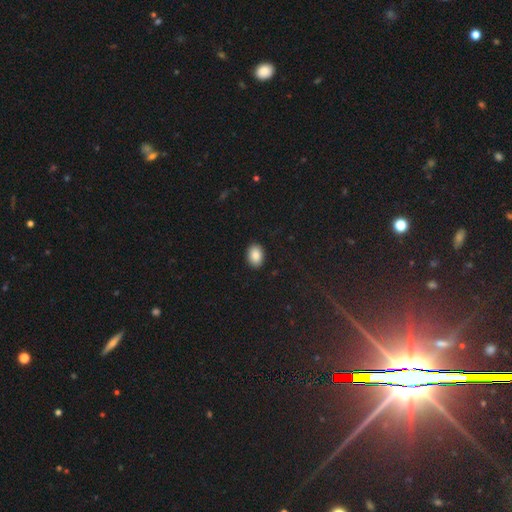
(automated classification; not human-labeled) Smooth or featured? smooth (88%)
How rounded? in between (77%)
Merging? none (90%)